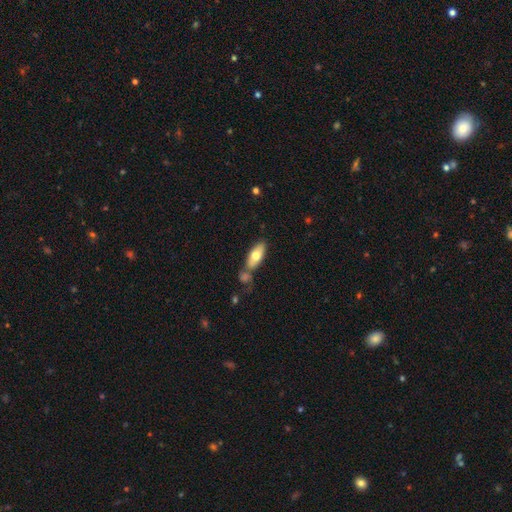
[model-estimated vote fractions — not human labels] Overall: smooth (68%). How rounded: in between (79%). Merging: none (57%; merger 23%).